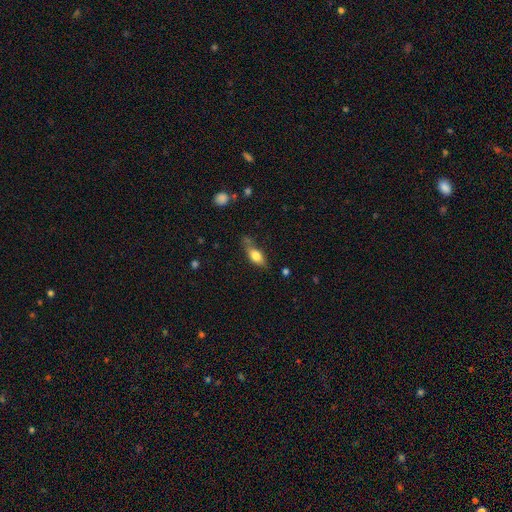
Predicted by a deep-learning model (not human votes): smooth_or_featured: smooth (p=0.71) [alt: featured or disk p=0.21]
how_rounded: in between (p=0.77) [alt: cigar-shaped p=0.18]
merging: none (p=0.61) [alt: minor disturbance p=0.25]